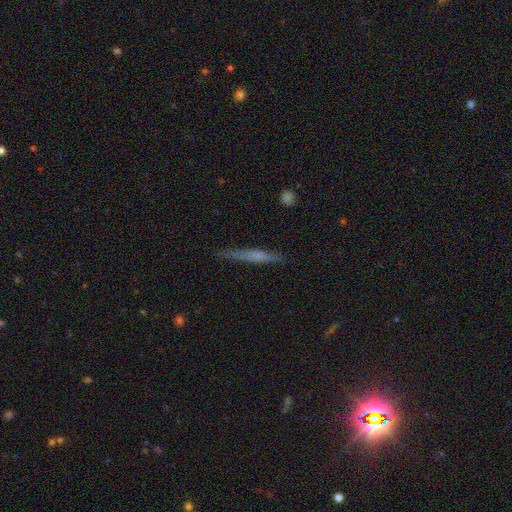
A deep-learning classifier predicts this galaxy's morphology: Smooth or featured?
  - smooth: 49% *
  - featured or disk: 44%
  - star or artifact: 8%
Merging?
  - none: 84% *
  - minor disturbance: 12%
  - major disturbance: 3%
  - merger: 2%